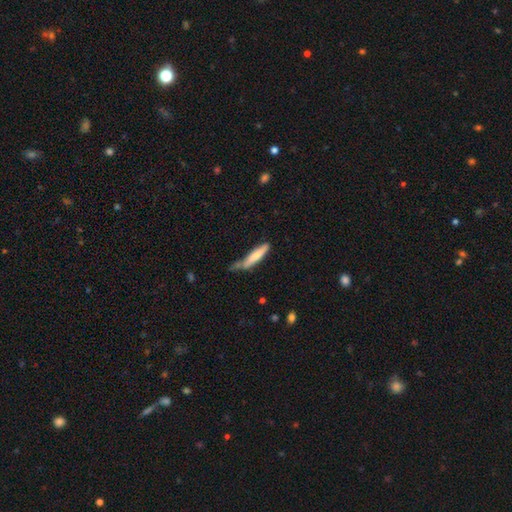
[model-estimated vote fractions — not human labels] The model was most divided on "merging": none: 48%, minor disturbance: 33%, major disturbance: 10%, merger: 10%. More confident: how rounded — cigar-shaped (86%); smooth or featured — smooth (69%).